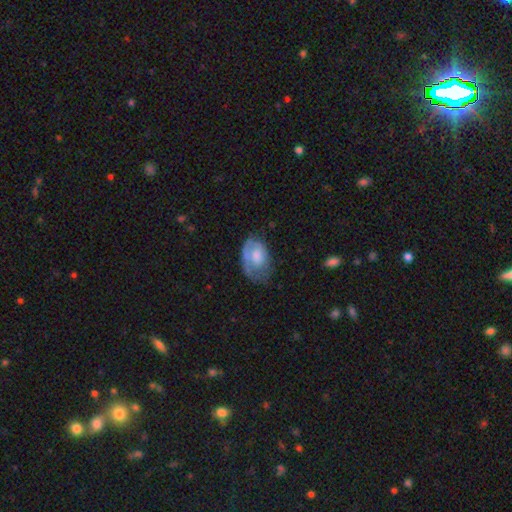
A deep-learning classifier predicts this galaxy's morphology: Smooth or featured?
  - smooth: 52% *
  - featured or disk: 41%
  - star or artifact: 7%
How rounded?
  - in between: 85% *
  - round: 14%
  - cigar-shaped: 1%
Merging?
  - none: 40% *
  - minor disturbance: 32%
  - major disturbance: 26%
  - merger: 2%